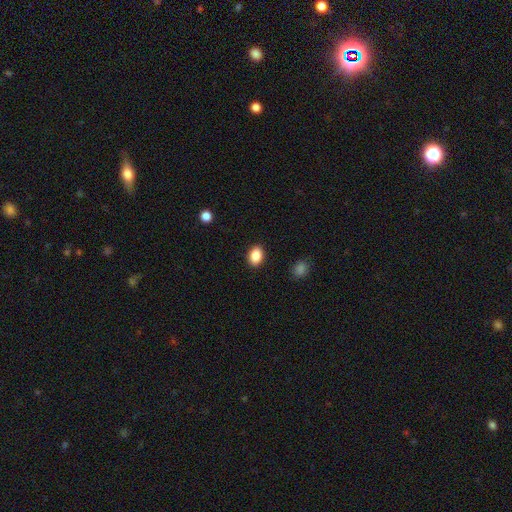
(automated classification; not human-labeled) Q: Smooth or featured?
A: smooth (88%); runner-up: star or artifact (8%)
Q: How rounded?
A: in between (78%); runner-up: round (21%)
Q: Merging?
A: none (90%); runner-up: minor disturbance (7%)